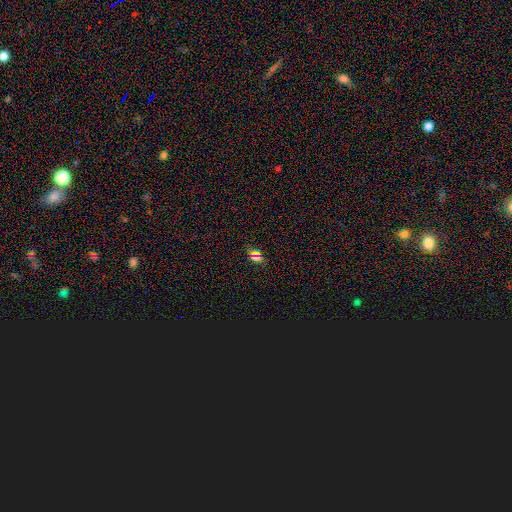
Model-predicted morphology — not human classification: Smooth or featured: smooth — 56% (star or artifact — 34%)
How rounded: in between — 77% (round — 16%)
Merging: none — 81% (minor disturbance — 11%)